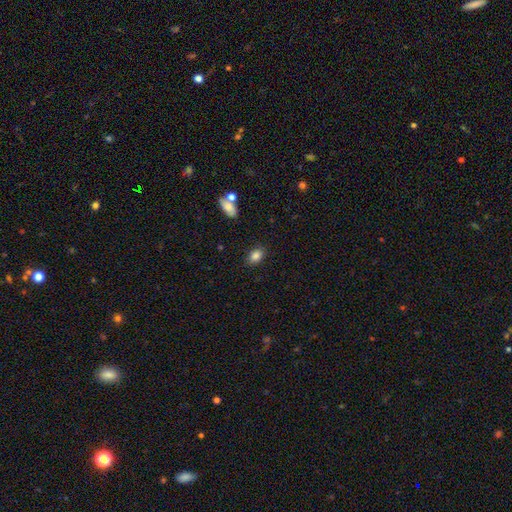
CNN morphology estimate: smooth-or-featured: smooth: 85% | star or artifact: 9% | featured or disk: 6%
  how-rounded: in between: 83% | round: 15% | cigar-shaped: 2%
  merging: none: 84% | minor disturbance: 11% | major disturbance: 3% | merger: 3%